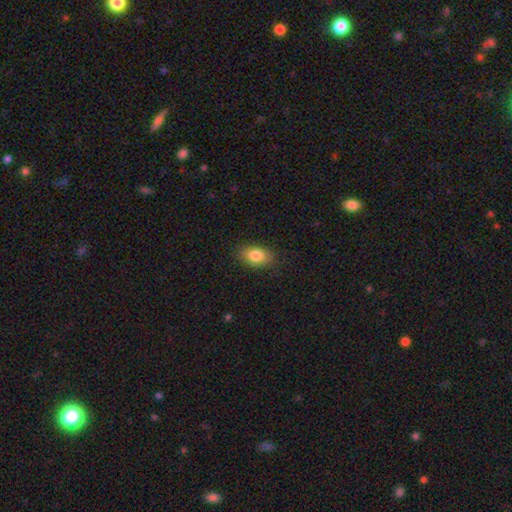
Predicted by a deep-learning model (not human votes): The model was most divided on "smooth or featured": smooth: 83%, featured or disk: 9%, star or artifact: 8%. More confident: how rounded — in between (86%); merging — none (85%).